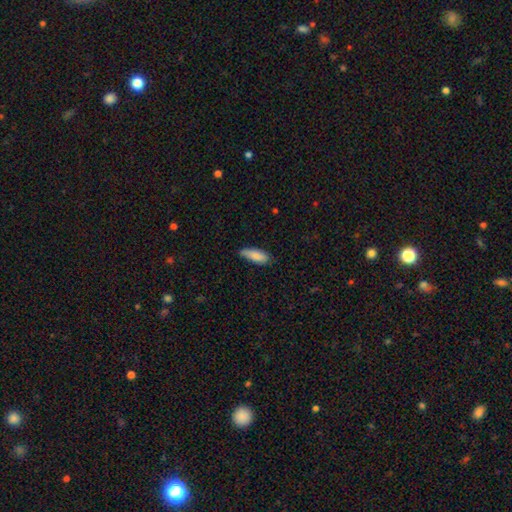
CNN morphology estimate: Overall: smooth (84%). How rounded: in between (67%; cigar-shaped 32%). Merging: none (69%).